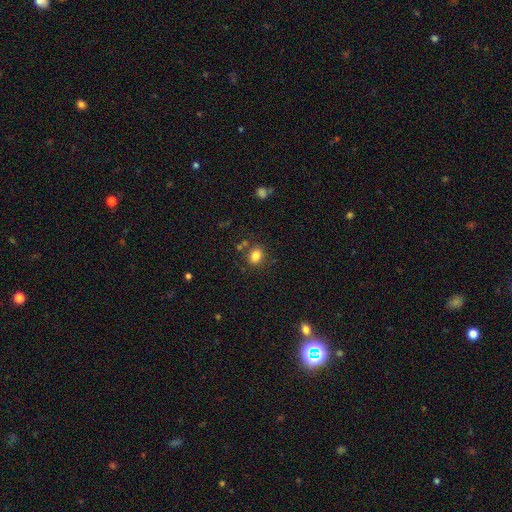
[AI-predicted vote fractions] Smooth or featured?
  - smooth: 82% *
  - star or artifact: 11%
  - featured or disk: 6%
How rounded?
  - in between: 53% *
  - round: 46%
  - cigar-shaped: 1%
Merging?
  - none: 77% *
  - minor disturbance: 12%
  - merger: 7%
  - major disturbance: 4%